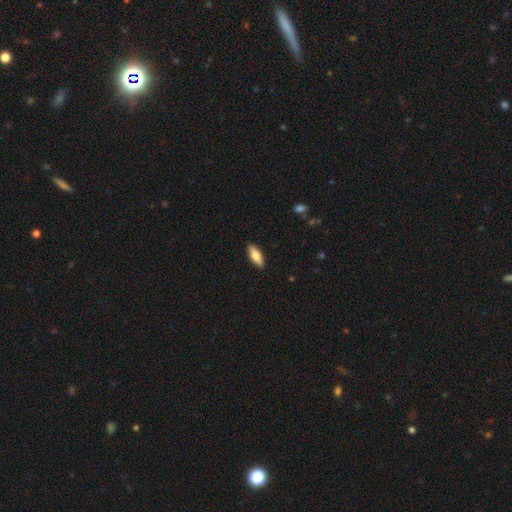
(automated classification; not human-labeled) Smooth or featured? Predicted: smooth (p=0.75). How rounded? Predicted: in between (p=0.64). Merging? Predicted: none (p=0.90).